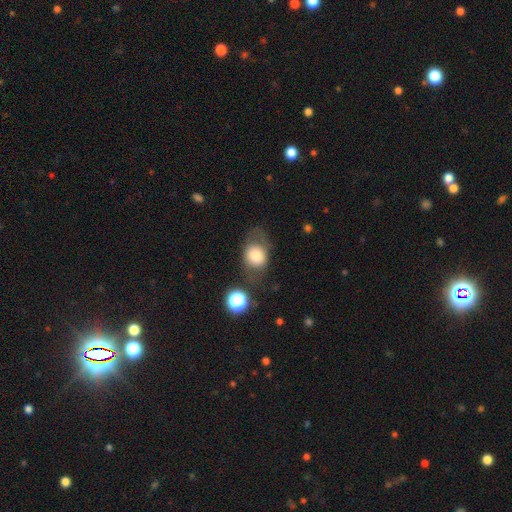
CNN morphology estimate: smooth-or-featured: smooth: 73% | featured or disk: 18% | star or artifact: 10%
  how-rounded: in between: 54% | round: 44% | cigar-shaped: 1%
  merging: none: 51% | minor disturbance: 24% | major disturbance: 19% | merger: 6%